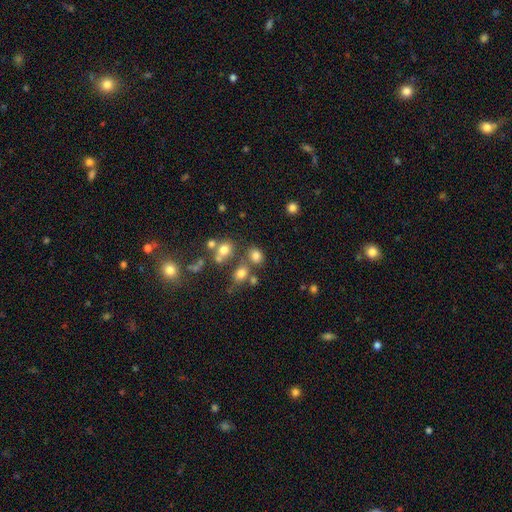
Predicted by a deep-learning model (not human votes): smooth_or_featured: smooth (p=0.75) [alt: star or artifact p=0.16]
how_rounded: round (p=0.56) [alt: in between p=0.42]
merging: none (p=0.60) [alt: merger p=0.22]